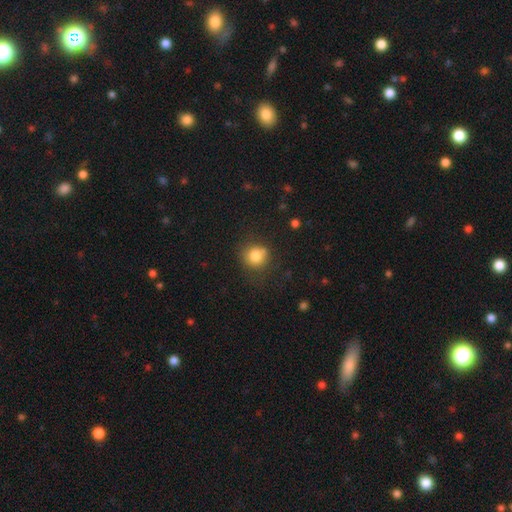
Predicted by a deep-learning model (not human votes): A smooth galaxy with no disk features (80%) that is round (85%).

Vote fractions:
- Smooth or featured? smooth: 80% / star or artifact: 11% / featured or disk: 9%
- How rounded? round: 85% / in between: 14% / cigar-shaped: 1%
- Merging? none: 68% / minor disturbance: 18% / merger: 8% / major disturbance: 6%